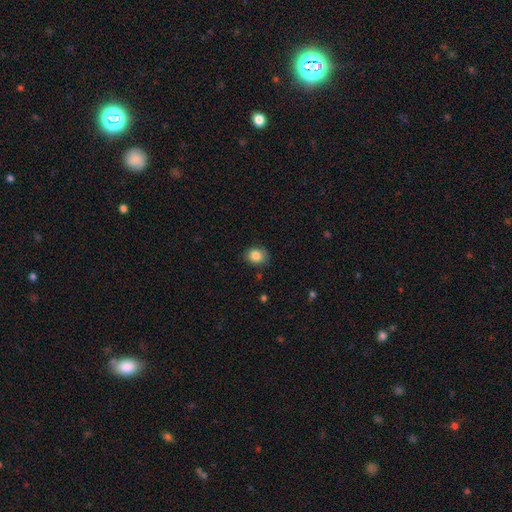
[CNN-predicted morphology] smooth-or-featured: smooth: 84% | star or artifact: 9% | featured or disk: 6%
  how-rounded: round: 62% | in between: 37% | cigar-shaped: 1%
  merging: none: 81% | minor disturbance: 15% | major disturbance: 3% | merger: 1%